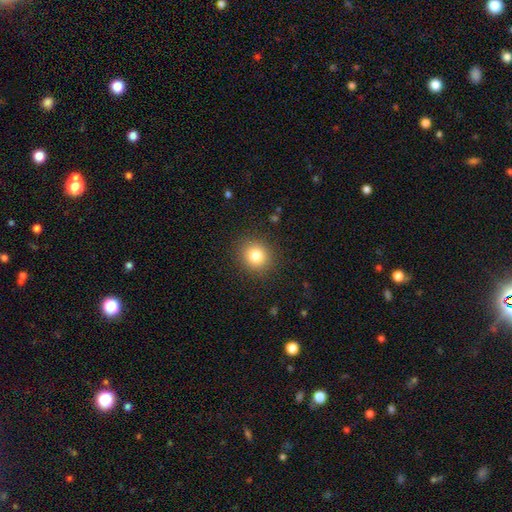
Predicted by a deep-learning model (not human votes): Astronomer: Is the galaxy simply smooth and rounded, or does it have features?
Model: smooth — 82%.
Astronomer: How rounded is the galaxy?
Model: round — 86%.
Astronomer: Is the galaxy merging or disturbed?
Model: none — 89%.